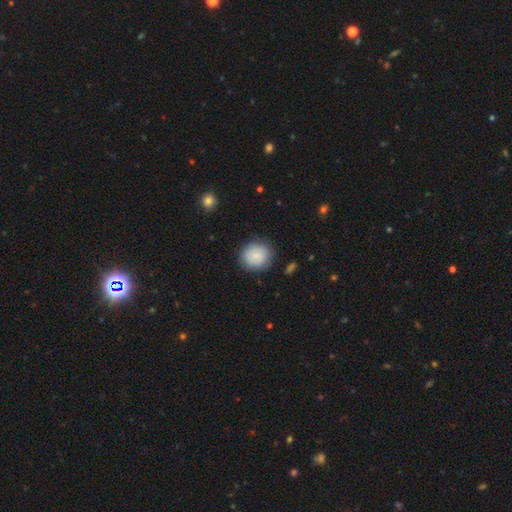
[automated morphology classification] A smooth galaxy with no disk features (82%) that is round (83%).

Vote fractions:
- Smooth or featured? smooth: 82% / featured or disk: 10% / star or artifact: 7%
- How rounded? round: 83% / in between: 16% / cigar-shaped: 1%
- Merging? none: 84% / minor disturbance: 11% / major disturbance: 3% / merger: 1%